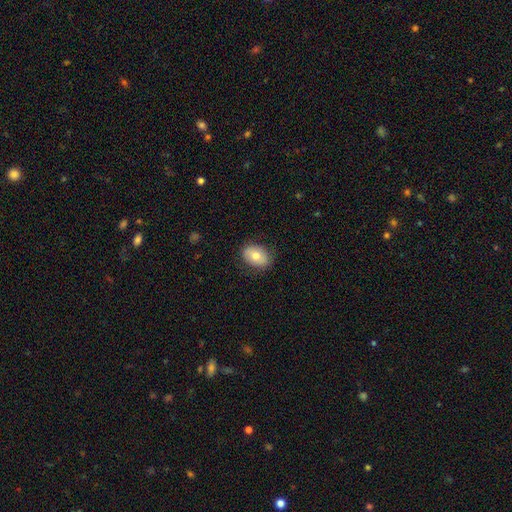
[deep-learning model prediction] Smooth or featured?
  - smooth: 75% *
  - featured or disk: 17%
  - star or artifact: 7%
How rounded?
  - in between: 81% *
  - round: 18%
  - cigar-shaped: 1%
Merging?
  - none: 83% *
  - minor disturbance: 13%
  - major disturbance: 3%
  - merger: 1%